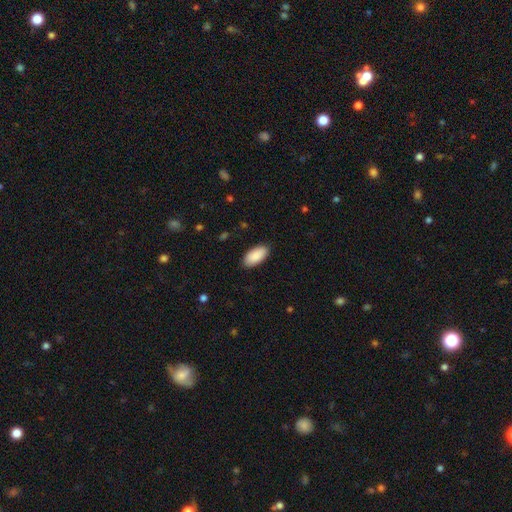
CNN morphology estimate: A smooth galaxy with no disk features (90%) that is in between round and cigar-shaped (94%). Merging: none (89%).